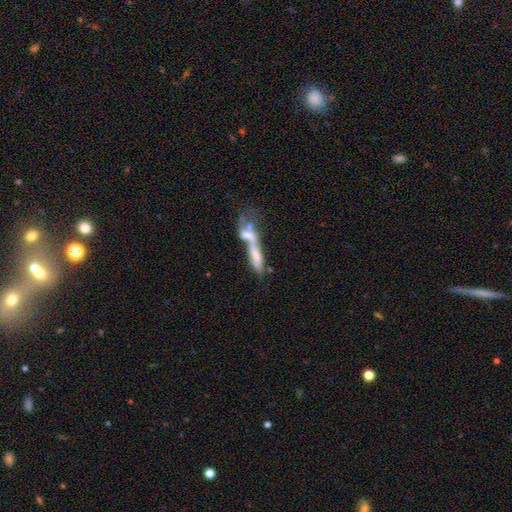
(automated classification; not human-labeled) smooth 51%, featured or disk 39%, star or artifact 10%. Down the decision tree: how rounded — cigar-shaped (67%); merging — merger (66%).